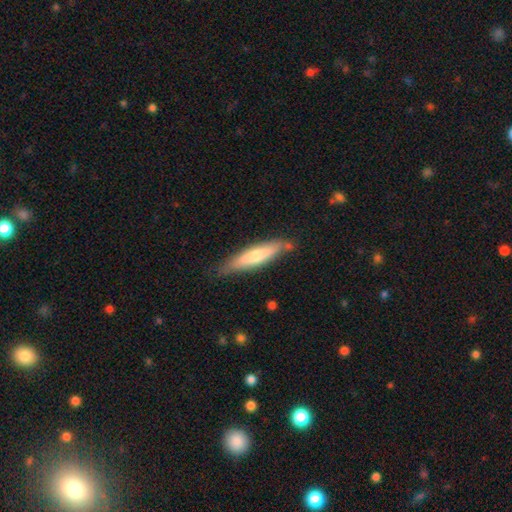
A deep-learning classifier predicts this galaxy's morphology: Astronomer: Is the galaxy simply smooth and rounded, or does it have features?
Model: smooth — 58% (runner-up: featured or disk, 37%).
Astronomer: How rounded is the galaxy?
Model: cigar-shaped — 81%.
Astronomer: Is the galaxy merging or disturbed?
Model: none — 76%.